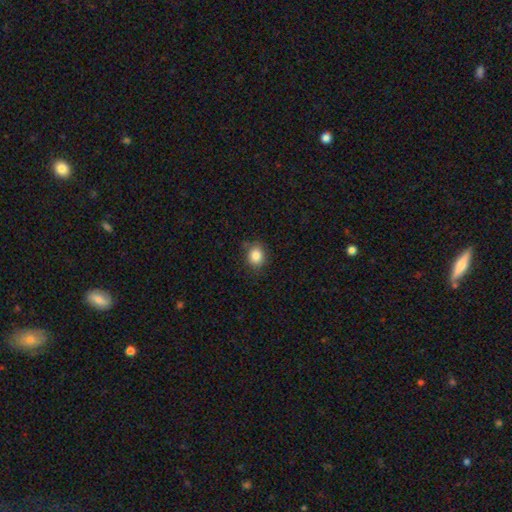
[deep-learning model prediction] This is clearly a smooth galaxy (85%). How rounded: likely round (64%). Merging: likely none (78%).